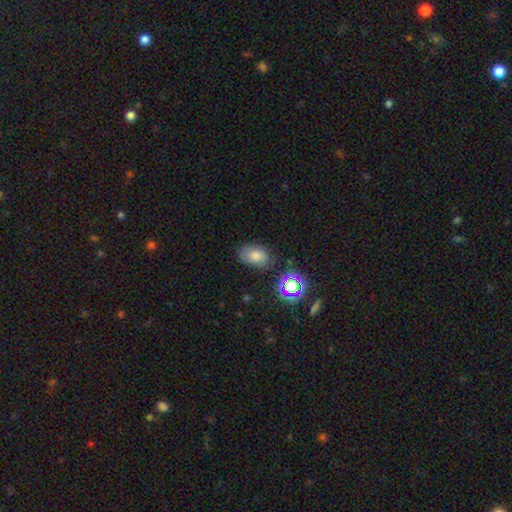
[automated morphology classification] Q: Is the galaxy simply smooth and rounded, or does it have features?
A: smooth — 68%.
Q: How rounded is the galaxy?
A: in between — 81%.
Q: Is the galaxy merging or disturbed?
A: none — 73%.